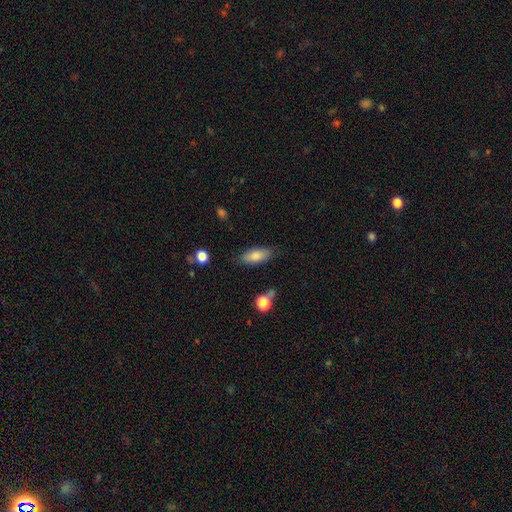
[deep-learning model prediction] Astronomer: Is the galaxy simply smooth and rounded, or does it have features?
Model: smooth — 82%.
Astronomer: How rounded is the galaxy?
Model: in between — 78%.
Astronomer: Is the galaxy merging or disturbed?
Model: none — 80%.